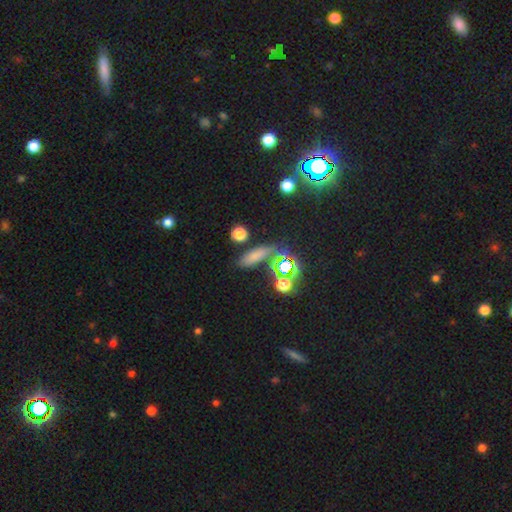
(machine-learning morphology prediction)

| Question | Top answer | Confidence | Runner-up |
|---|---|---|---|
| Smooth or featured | smooth | 61% | star or artifact (28%) |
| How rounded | in between | 51% | cigar-shaped (37%) |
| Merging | none | 69% | minor disturbance (15%) |